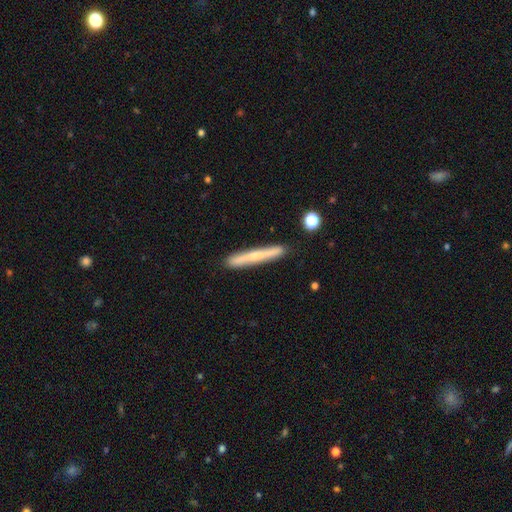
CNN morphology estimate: Smooth or featured?
  - smooth: 51% *
  - featured or disk: 43%
  - star or artifact: 6%
How rounded?
  - cigar-shaped: 96% *
  - in between: 3%
  - round: 1%
Merging?
  - none: 87% *
  - minor disturbance: 9%
  - merger: 2%
  - major disturbance: 2%